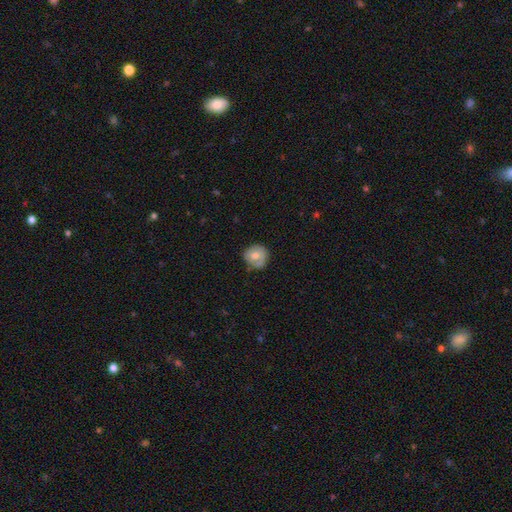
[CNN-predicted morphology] A smooth galaxy with no disk features (63%) that is round (88%).

Vote fractions:
- Smooth or featured? smooth: 63% / featured or disk: 30% / star or artifact: 7%
- How rounded? round: 88% / in between: 12% / cigar-shaped: 1%
- Merging? none: 69% / minor disturbance: 23% / major disturbance: 5% / merger: 2%